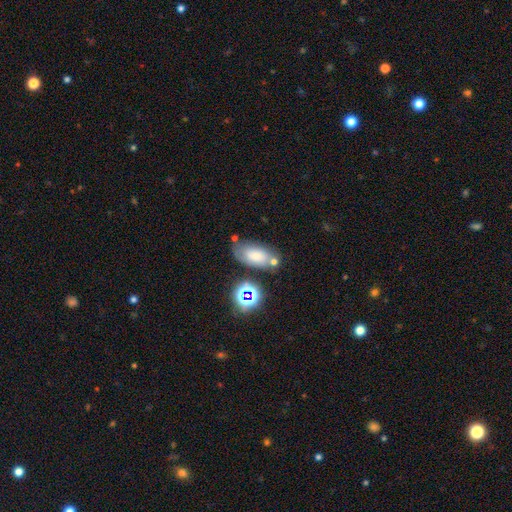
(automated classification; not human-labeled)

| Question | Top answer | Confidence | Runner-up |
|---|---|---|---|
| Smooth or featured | smooth | 68% | featured or disk (17%) |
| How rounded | in between | 88% | round (8%) |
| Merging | none | 62% | minor disturbance (18%) |